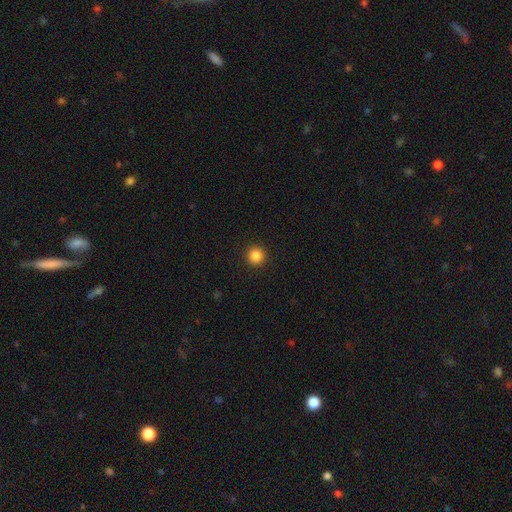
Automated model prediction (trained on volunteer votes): Morphology: type=smooth (86%); roundness=round (96%); merging=none (93%).